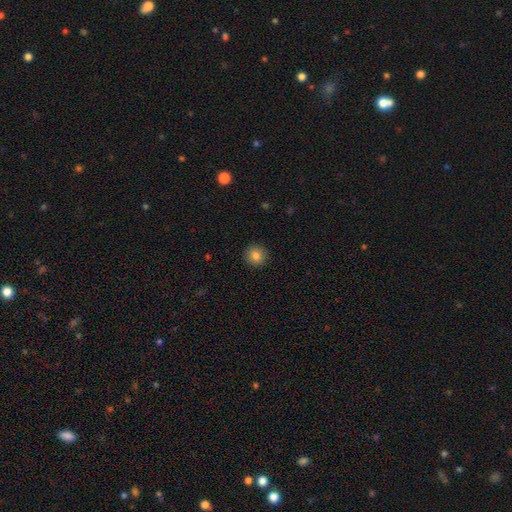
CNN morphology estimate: smooth_or_featured: smooth (p=0.83) [alt: star or artifact p=0.10]
how_rounded: round (p=0.94) [alt: in between p=0.05]
merging: none (p=0.92) [alt: minor disturbance p=0.05]